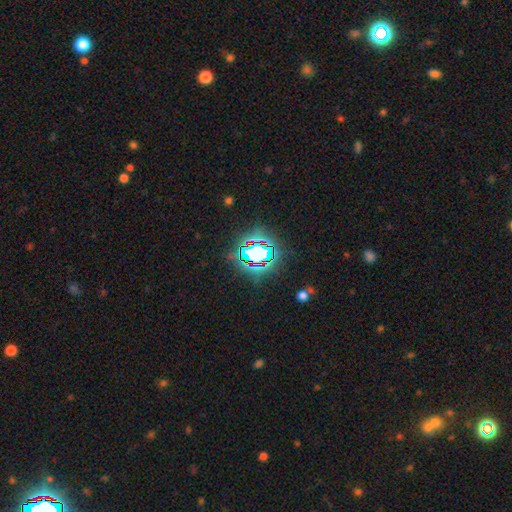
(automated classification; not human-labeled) smooth_or_featured: star or artifact (p=0.69) [alt: smooth p=0.19]